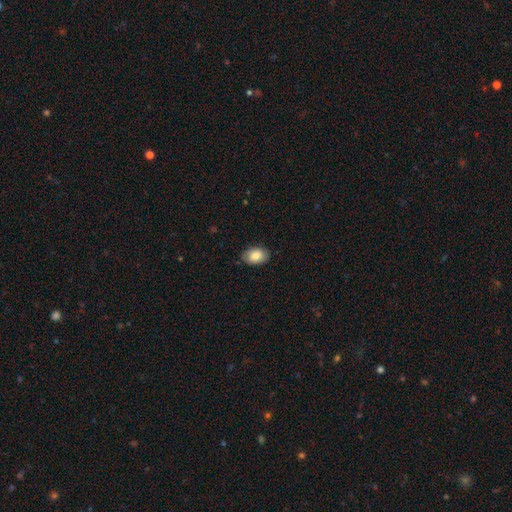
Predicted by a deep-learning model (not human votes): Q: Smooth or featured?
A: smooth (83%); runner-up: featured or disk (10%)
Q: How rounded?
A: in between (88%); runner-up: round (11%)
Q: Merging?
A: none (83%); runner-up: minor disturbance (13%)